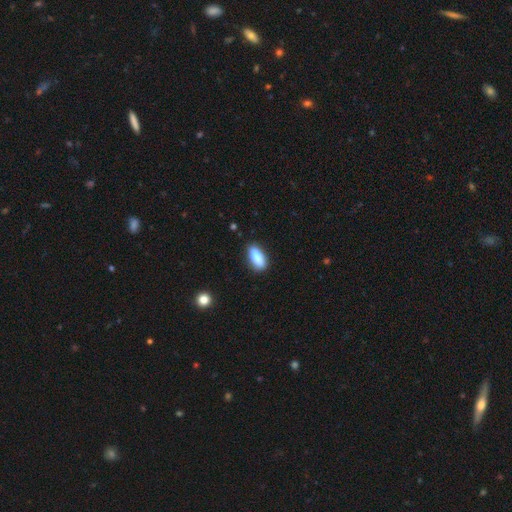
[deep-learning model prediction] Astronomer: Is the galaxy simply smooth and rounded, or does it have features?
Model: smooth — 85%.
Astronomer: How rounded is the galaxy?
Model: in between — 73%.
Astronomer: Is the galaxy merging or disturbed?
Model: none — 85%.